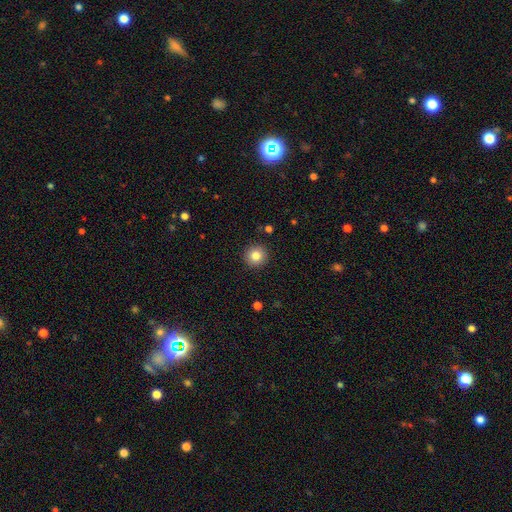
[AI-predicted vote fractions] Smooth or featured?
  - smooth: 83% *
  - star or artifact: 10%
  - featured or disk: 8%
How rounded?
  - round: 94% *
  - in between: 5%
  - cigar-shaped: 1%
Merging?
  - none: 92% *
  - minor disturbance: 5%
  - major disturbance: 2%
  - merger: 1%